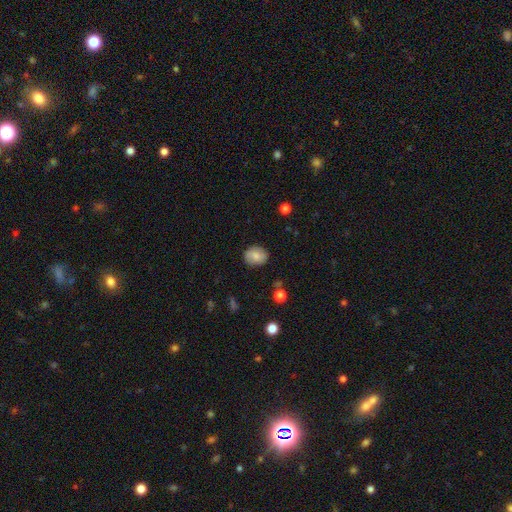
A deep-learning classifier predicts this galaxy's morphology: Smooth or featured?
  - smooth: 76% *
  - featured or disk: 16%
  - star or artifact: 8%
How rounded?
  - round: 66% *
  - in between: 33%
  - cigar-shaped: 1%
Merging?
  - none: 85% *
  - minor disturbance: 11%
  - major disturbance: 3%
  - merger: 1%